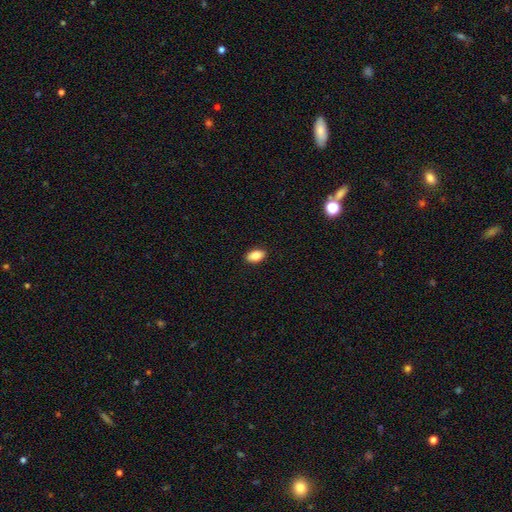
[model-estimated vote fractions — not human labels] This appears to be a smooth galaxy with no disk features (85%) that is in between round and cigar-shaped (91%). Merging: none (90%).